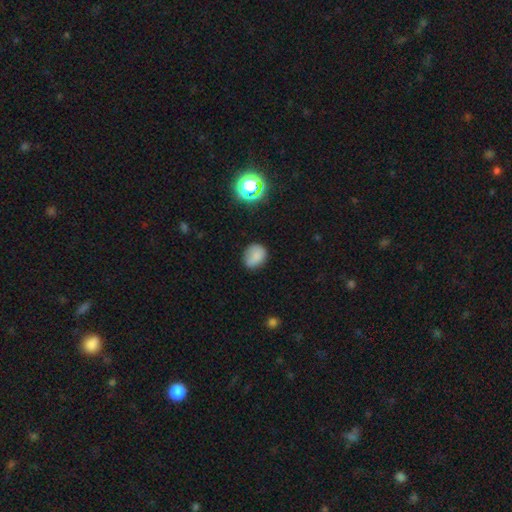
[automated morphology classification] Overall: smooth (79%). How rounded: round (56%; in between 43%). Merging: none (69%).